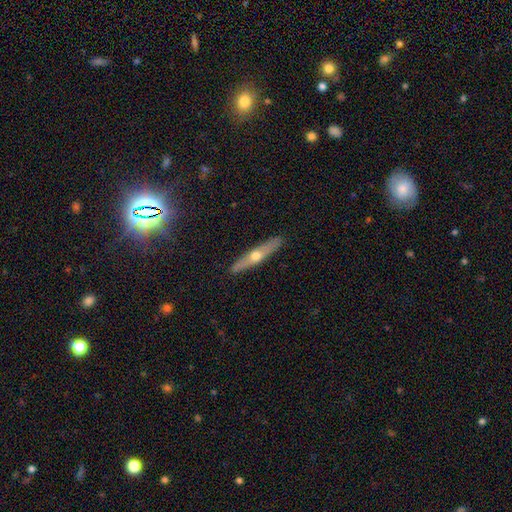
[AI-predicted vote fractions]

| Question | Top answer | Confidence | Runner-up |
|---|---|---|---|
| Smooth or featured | featured or disk | 60% | smooth (31%) |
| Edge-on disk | yes | 91% | no (9%) |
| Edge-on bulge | rounded | 90% | none (8%) |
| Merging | none | 90% | minor disturbance (7%) |